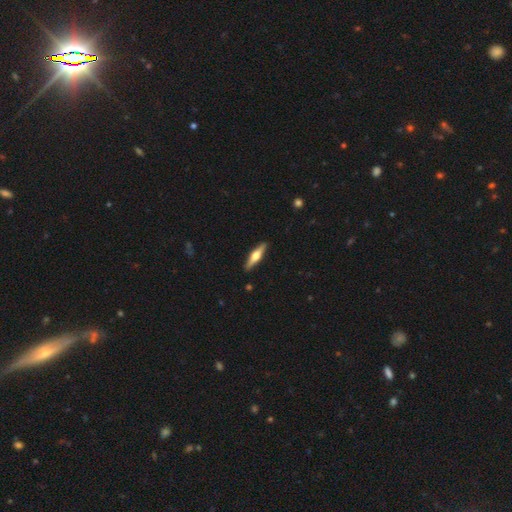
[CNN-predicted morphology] This appears to be a featured or disk galaxy (62%) viewed edge-on (96%) with a rounded central bulge (93%). Merging: none (90%).